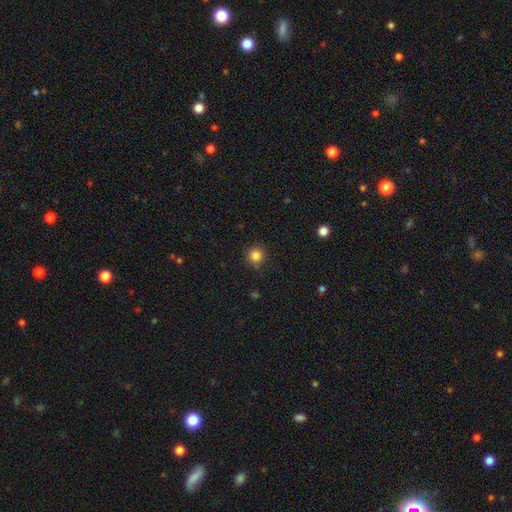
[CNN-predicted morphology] type=smooth (84%); roundness=round (94%); merging=none (88%).